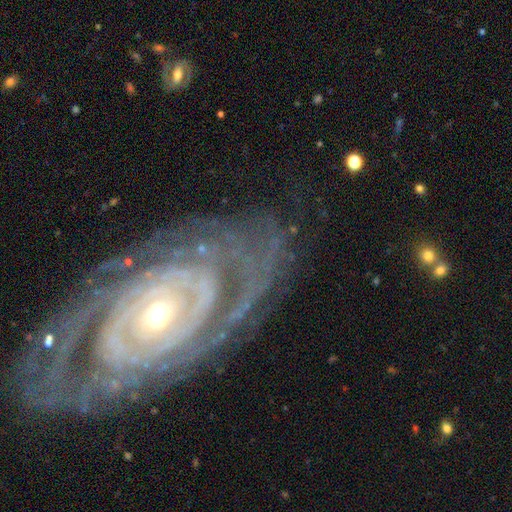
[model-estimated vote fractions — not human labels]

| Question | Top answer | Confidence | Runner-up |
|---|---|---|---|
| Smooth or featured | featured or disk | 89% | star or artifact (6%) |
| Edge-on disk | no | 95% | yes (5%) |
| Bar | no | 71% | weak (18%) |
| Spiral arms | yes | 94% | no (6%) |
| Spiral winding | tight | 81% | medium (15%) |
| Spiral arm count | can't tell | 31% | 2 (22%) |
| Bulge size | moderate | 59% | small (35%) |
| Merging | none | 74% | minor disturbance (15%) |